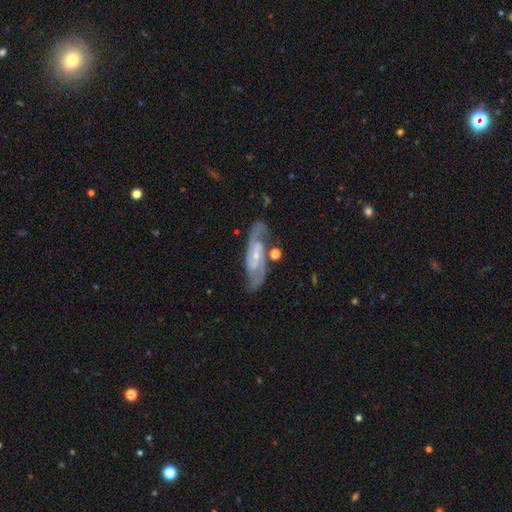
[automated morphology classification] featured or disk 88%, smooth 7%, star or artifact 5%. Down the decision tree: edge-on disk — no (92%); bar — weak (42%); spiral arms — yes (97%); spiral arm count — 2 (90%); spiral winding — medium (53%); bulge size — small (70%); merging — none (75%).